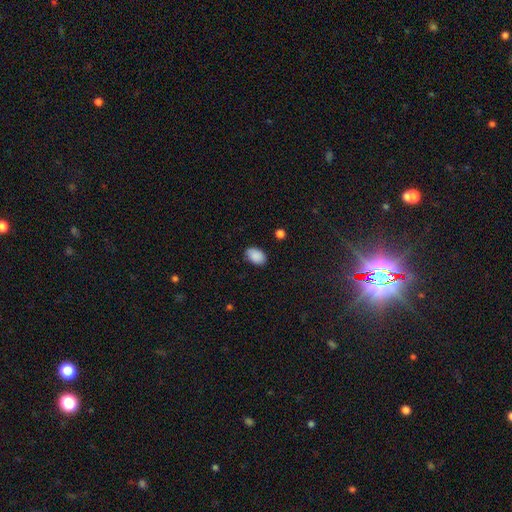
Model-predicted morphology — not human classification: Smooth or featured? smooth (89%)
How rounded? in between (88%)
Merging? none (80%)